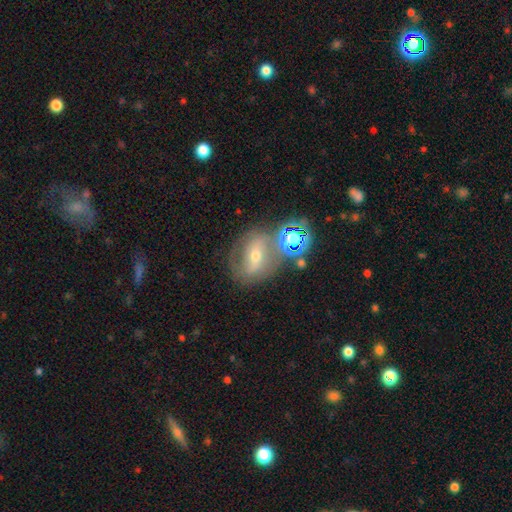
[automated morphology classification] This appears to be a featured or disk galaxy (46%). Merging: none (65%).